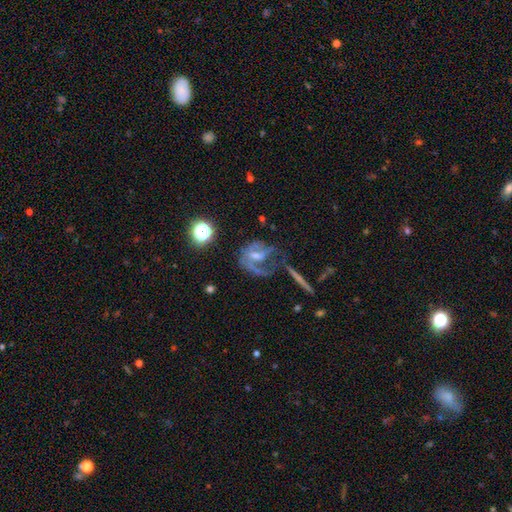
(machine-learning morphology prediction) Smooth or featured? featured or disk (68%)
Edge-on disk? no (96%)
Bar? weak (44%)
Spiral arms? yes (77%)
Spiral winding? medium (43%)
Spiral arm count? 1 (45%)
Bulge size? small (40%, tied with moderate)
Merging? major disturbance (44%)